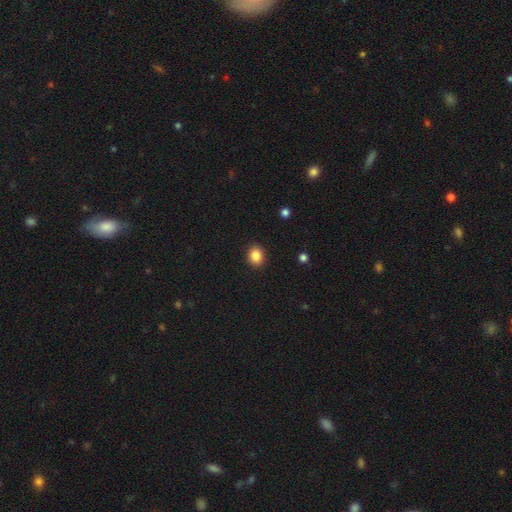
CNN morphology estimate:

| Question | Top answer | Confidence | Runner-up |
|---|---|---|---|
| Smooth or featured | smooth | 86% | star or artifact (10%) |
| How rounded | round | 61% | in between (38%) |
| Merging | none | 91% | minor disturbance (6%) |